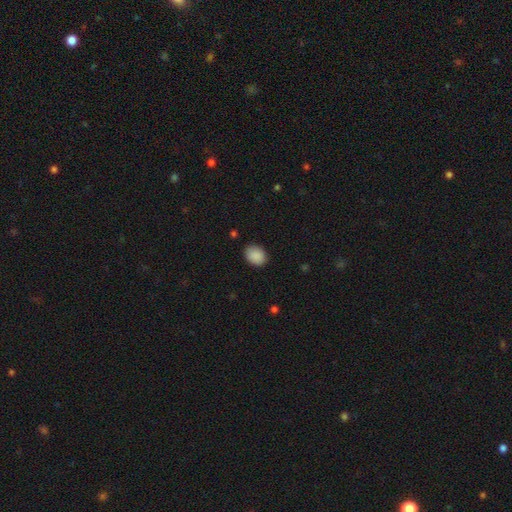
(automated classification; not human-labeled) smooth-or-featured: smooth: 89% | star or artifact: 8% | featured or disk: 3%
  how-rounded: in between: 63% | round: 36% | cigar-shaped: 1%
  merging: none: 85% | minor disturbance: 12% | major disturbance: 3% | merger: 1%